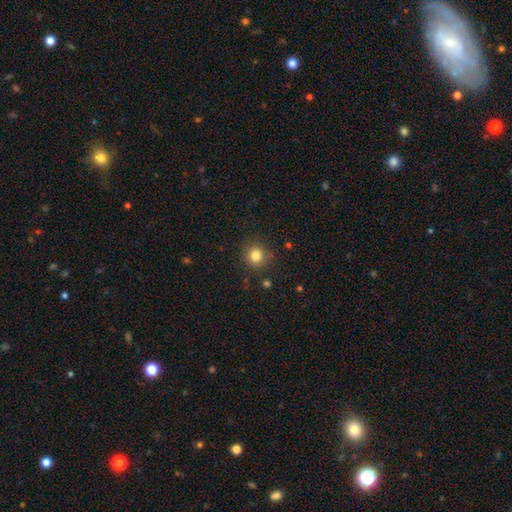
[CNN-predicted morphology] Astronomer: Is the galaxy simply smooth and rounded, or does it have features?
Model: smooth — 82%.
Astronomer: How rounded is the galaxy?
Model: round — 92%.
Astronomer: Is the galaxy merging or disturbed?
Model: none — 88%.